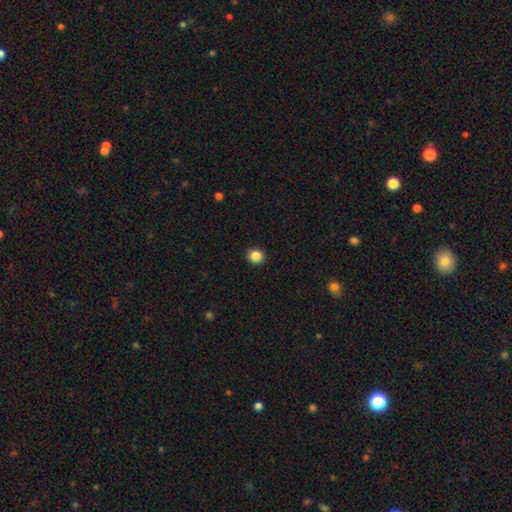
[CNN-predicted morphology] Smooth or featured? Predicted: smooth (p=0.86). How rounded? Predicted: round (p=0.83). Merging? Predicted: none (p=0.93).